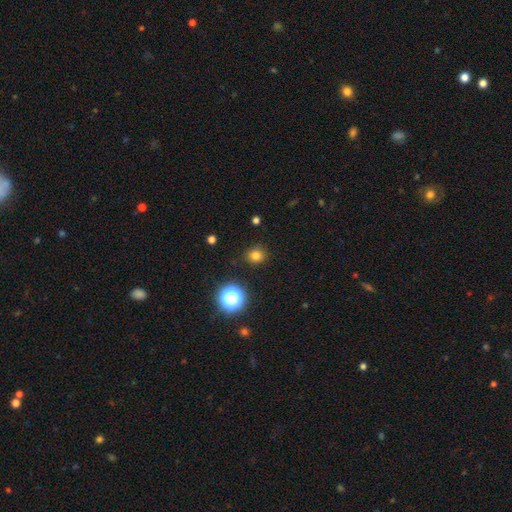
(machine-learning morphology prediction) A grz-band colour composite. It shows a smooth galaxy with no disk features (78%) that is round (85%). Merging: none (89%).